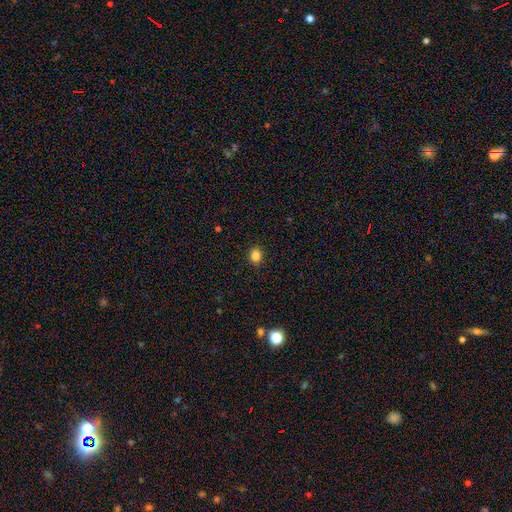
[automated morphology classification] Smooth or featured? Predicted: smooth (p=0.84). How rounded? Predicted: round (p=0.71). Merging? Predicted: none (p=0.91).